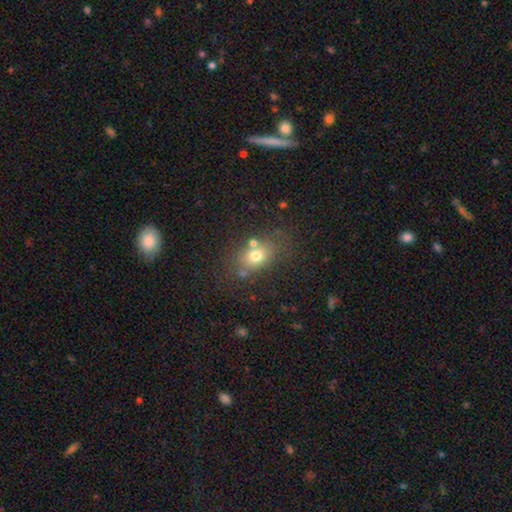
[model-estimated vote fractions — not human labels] Smooth or featured? smooth (71%)
How rounded? in between (64%)
Merging? none (68%)